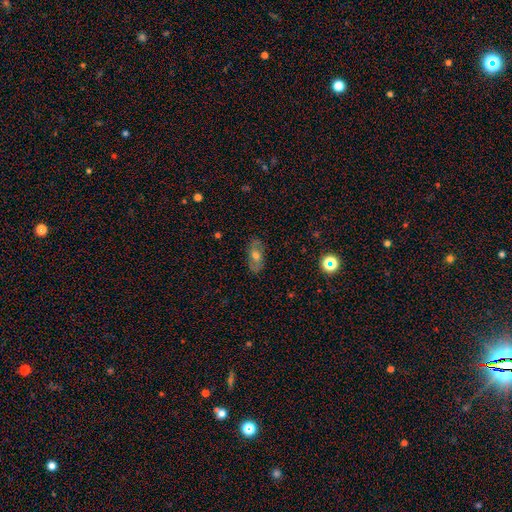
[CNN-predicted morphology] A smooth galaxy with no disk features (49%).

Vote fractions:
- Smooth or featured? smooth: 49% / featured or disk: 39% / star or artifact: 12%
- Merging? none: 83% / minor disturbance: 13% / major disturbance: 3% / merger: 1%